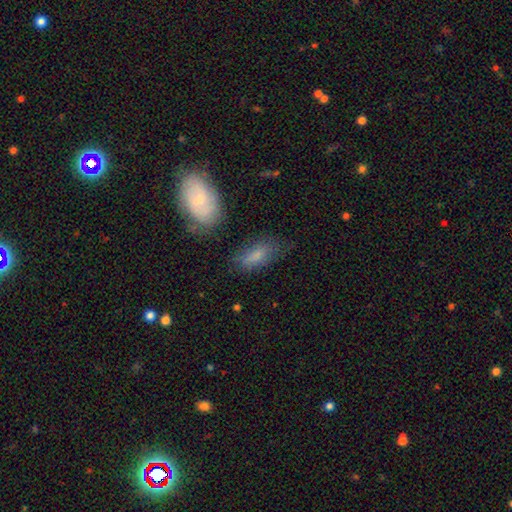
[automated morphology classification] A smooth galaxy with no disk features (72%) that is in between round and cigar-shaped (80%).

Vote fractions:
- Smooth or featured? smooth: 72% / featured or disk: 19% / star or artifact: 9%
- How rounded? in between: 80% / cigar-shaped: 16% / round: 4%
- Merging? none: 60% / minor disturbance: 24% / major disturbance: 10% / merger: 6%